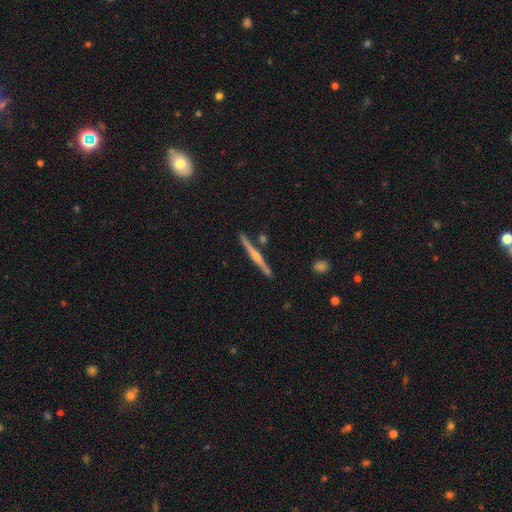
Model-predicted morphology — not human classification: A featured or disk galaxy (69%) viewed edge-on (98%) with a rounded central bulge (67%). Merging: none (87%).